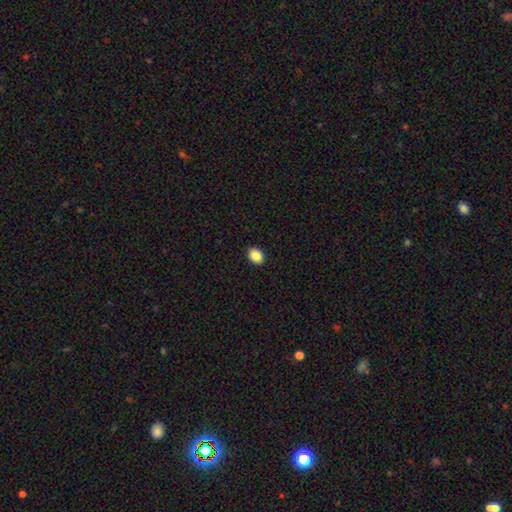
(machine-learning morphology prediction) Smooth or featured?
  - smooth: 87% *
  - star or artifact: 8%
  - featured or disk: 5%
How rounded?
  - in between: 65% *
  - round: 34%
  - cigar-shaped: 1%
Merging?
  - none: 92% *
  - minor disturbance: 6%
  - major disturbance: 2%
  - merger: 1%